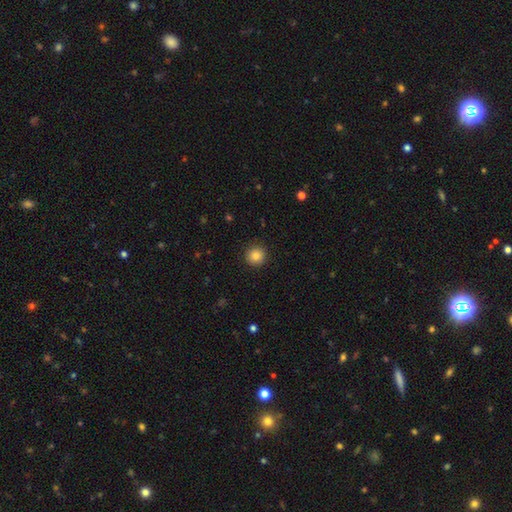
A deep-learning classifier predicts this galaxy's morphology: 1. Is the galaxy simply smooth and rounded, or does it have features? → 85% smooth, 10% star or artifact, 5% featured or disk.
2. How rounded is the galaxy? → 94% round, 5% in between, 1% cigar-shaped.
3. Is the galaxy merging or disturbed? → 91% none, 6% minor disturbance, 2% major disturbance, 1% merger.